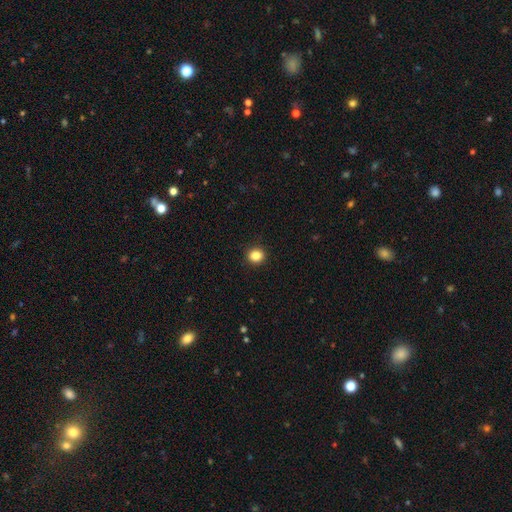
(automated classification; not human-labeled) A smooth galaxy with no disk features (86%) that is round (80%). Merging: none (91%).